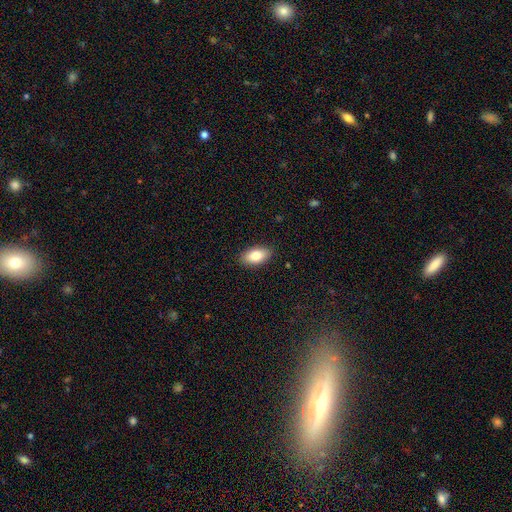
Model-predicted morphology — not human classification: Smooth or featured: smooth — 83% (featured or disk — 11%)
How rounded: in between — 92% (round — 4%)
Merging: none — 88% (minor disturbance — 9%)